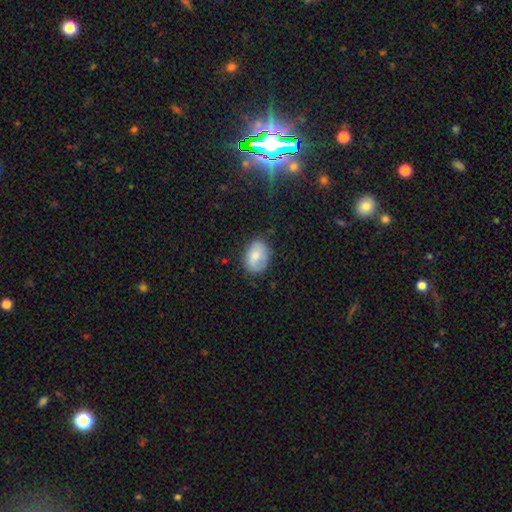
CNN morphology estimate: Smooth or featured: smooth — 71% (featured or disk — 21%)
How rounded: in between — 70% (round — 29%)
Merging: none — 74% (minor disturbance — 20%)